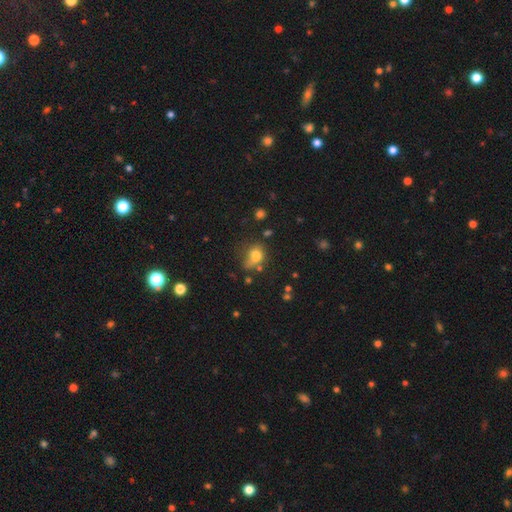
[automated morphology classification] smooth_or_featured: smooth (p=0.74) [alt: star or artifact p=0.14]
how_rounded: in between (p=0.49) [tied with: round p=0.49]
merging: none (p=0.38) [alt: minor disturbance p=0.27]